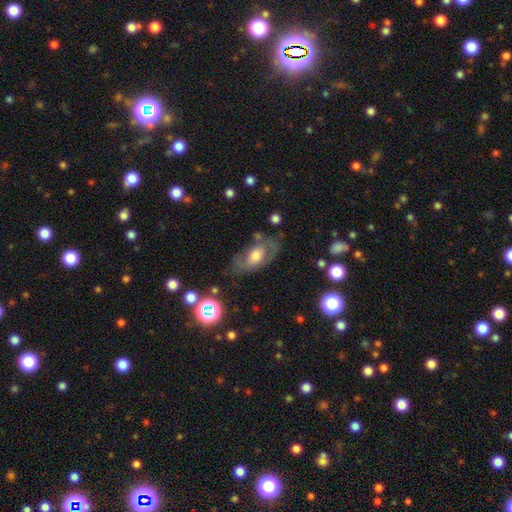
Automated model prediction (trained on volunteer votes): smooth-or-featured: featured or disk: 53% | smooth: 38% | star or artifact: 9%
  disk-edge-on: no: 88% | yes: 12%
  merging: none: 59% | minor disturbance: 23% | major disturbance: 15% | merger: 4%